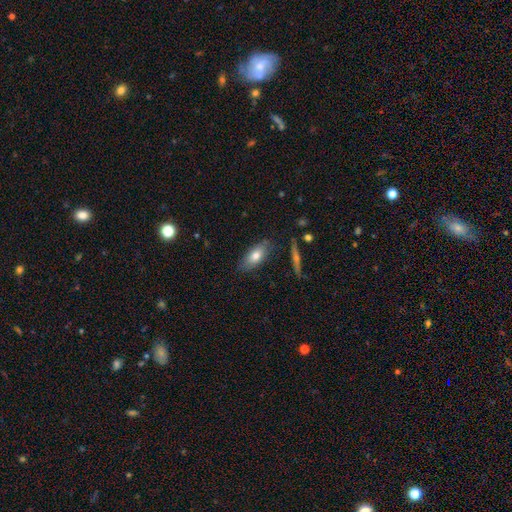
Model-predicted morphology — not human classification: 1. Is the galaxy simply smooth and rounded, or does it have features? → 71% smooth, 22% featured or disk, 7% star or artifact.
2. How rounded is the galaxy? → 81% in between, 16% cigar-shaped, 3% round.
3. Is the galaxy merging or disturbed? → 78% none, 16% minor disturbance, 3% major disturbance, 3% merger.